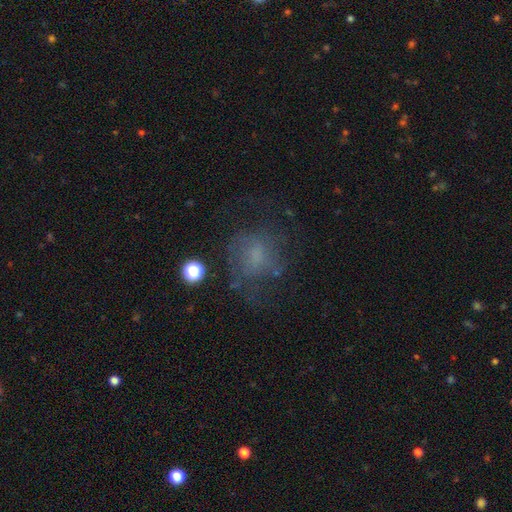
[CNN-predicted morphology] Smooth or featured: smooth — 44% (featured or disk — 36%)
Merging: none — 51% (major disturbance — 25%)